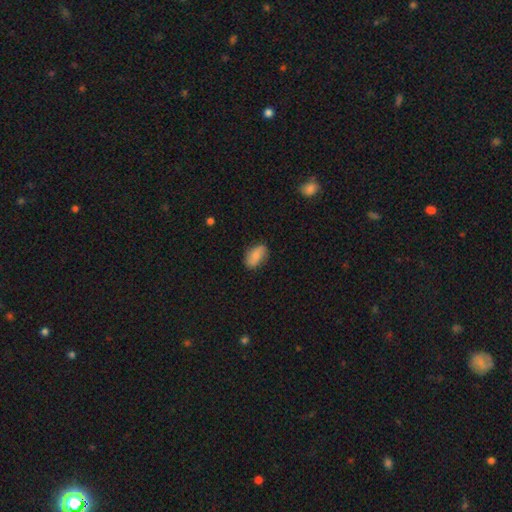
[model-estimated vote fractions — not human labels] Smooth or featured? Predicted: smooth (p=0.68). How rounded? Predicted: in between (p=0.90). Merging? Predicted: none (p=0.79).